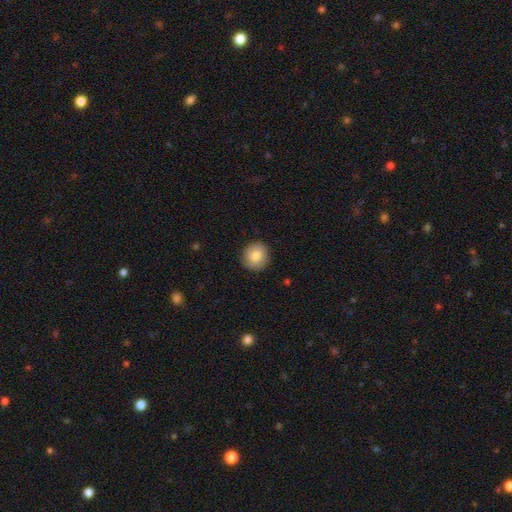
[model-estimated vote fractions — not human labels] This is clearly a smooth galaxy (80%). How rounded: clearly round (86%). Merging: clearly none (88%).